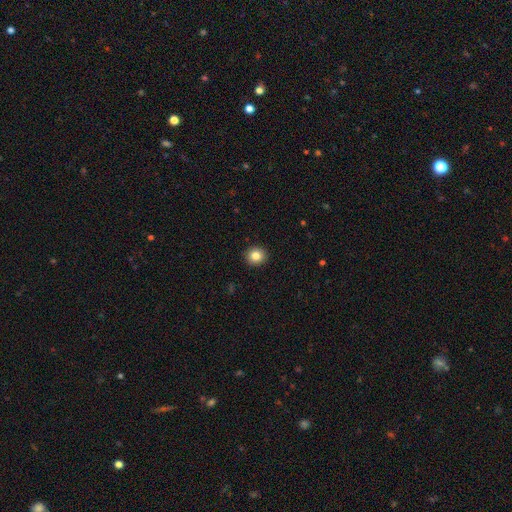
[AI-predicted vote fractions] This appears to be a smooth galaxy with no disk features (83%) that is round (85%). Merging: none (92%).